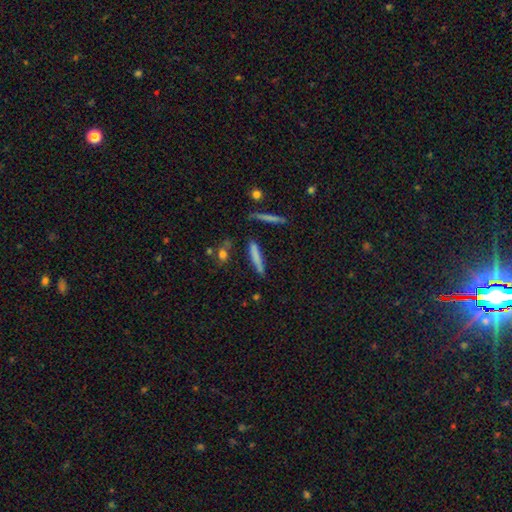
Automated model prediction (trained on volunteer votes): A smooth galaxy with no disk features (69%) that is cigar-shaped (90%).

Vote fractions:
- Smooth or featured? smooth: 69% / featured or disk: 23% / star or artifact: 8%
- How rounded? cigar-shaped: 90% / in between: 7% / round: 2%
- Merging? none: 79% / minor disturbance: 13% / merger: 5% / major disturbance: 3%